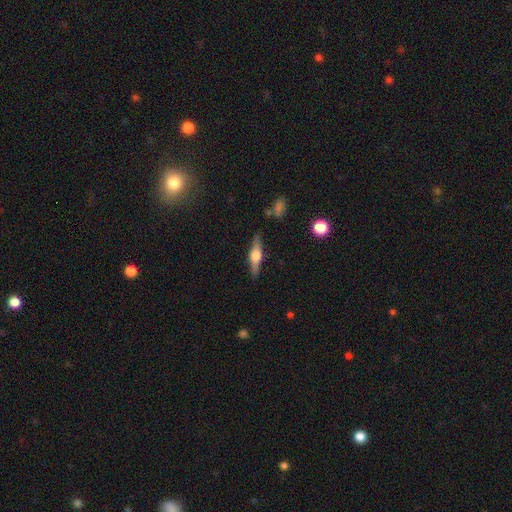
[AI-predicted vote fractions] A featured or disk galaxy (63%) viewed edge-on (96%) with a rounded central bulge (92%). Merging: none (87%).